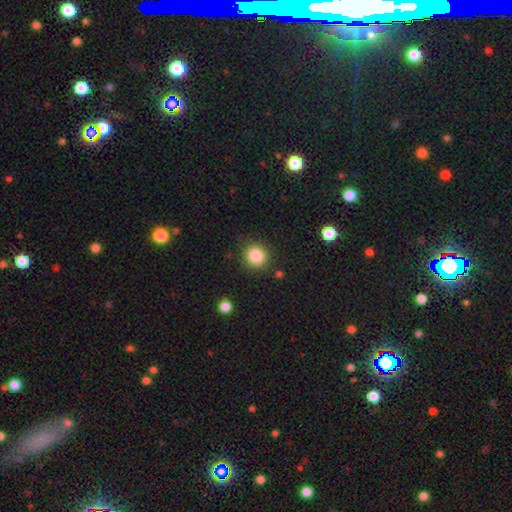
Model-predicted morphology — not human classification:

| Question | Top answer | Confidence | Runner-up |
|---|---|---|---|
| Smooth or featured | smooth | 86% | star or artifact (10%) |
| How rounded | round | 88% | in between (11%) |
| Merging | none | 86% | minor disturbance (9%) |